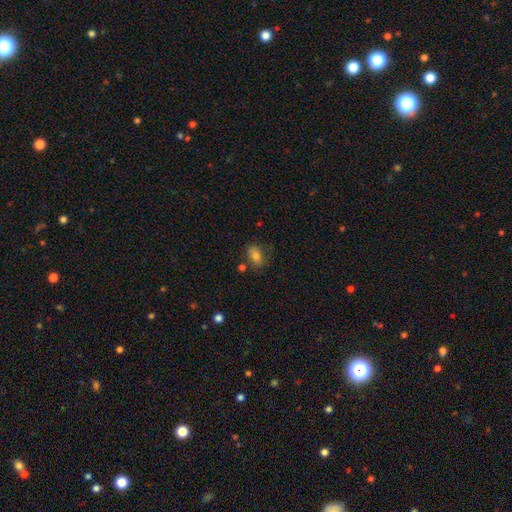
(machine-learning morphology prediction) Smooth or featured: smooth — 78% (featured or disk — 11%)
How rounded: in between — 81% (round — 16%)
Merging: none — 72% (minor disturbance — 17%)